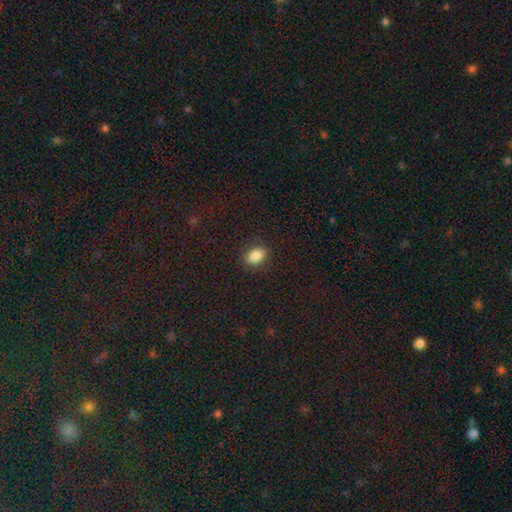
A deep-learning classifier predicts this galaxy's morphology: A smooth galaxy with no disk features (84%) that is in between round and cigar-shaped (79%). Merging: none (86%).